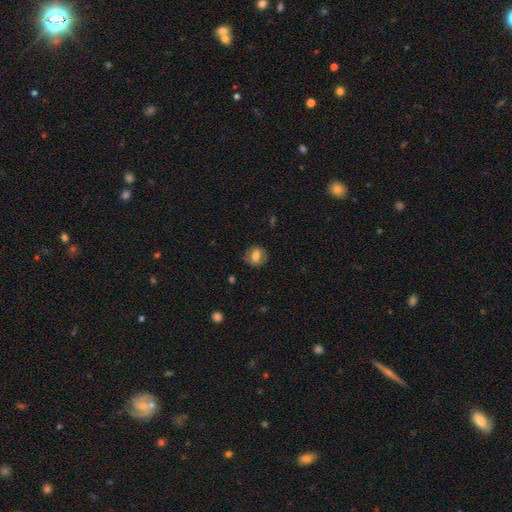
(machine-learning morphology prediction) A smooth galaxy with no disk features (64%) that is round (56%).

Vote fractions:
- Smooth or featured? smooth: 64% / featured or disk: 27% / star or artifact: 8%
- How rounded? round: 56% / in between: 42% / cigar-shaped: 2%
- Merging? none: 80% / minor disturbance: 14% / major disturbance: 5% / merger: 1%